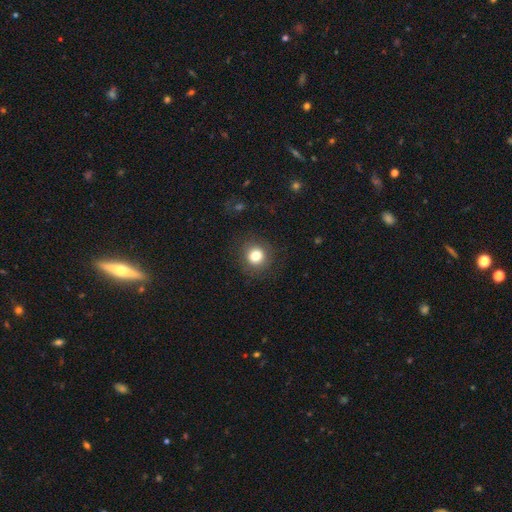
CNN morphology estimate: A smooth galaxy with no disk features (80%) that is round (90%).

Vote fractions:
- Smooth or featured? smooth: 80% / star or artifact: 12% / featured or disk: 8%
- How rounded? round: 90% / in between: 9% / cigar-shaped: 1%
- Merging? none: 87% / minor disturbance: 8% / major disturbance: 4% / merger: 1%